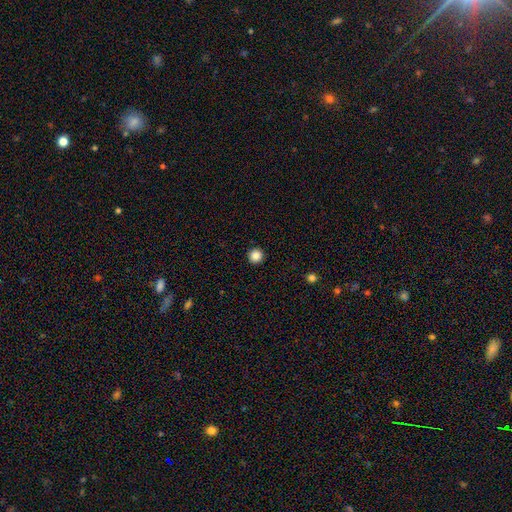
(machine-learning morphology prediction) Smooth or featured?
  - smooth: 86% *
  - star or artifact: 10%
  - featured or disk: 3%
How rounded?
  - round: 96% *
  - in between: 3%
  - cigar-shaped: 1%
Merging?
  - none: 94% *
  - minor disturbance: 4%
  - major disturbance: 1%
  - merger: 1%